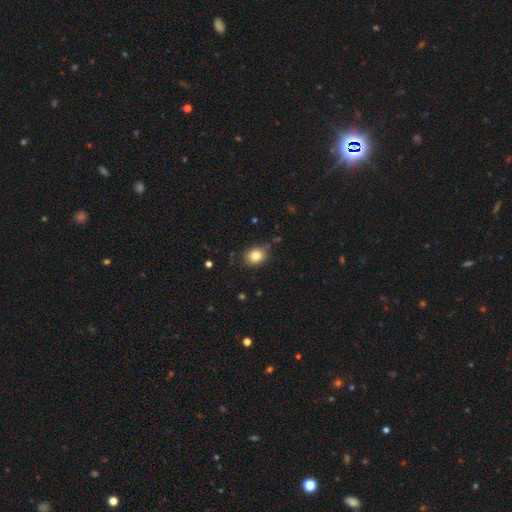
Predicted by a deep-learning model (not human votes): Morphology: type=smooth (82%); roundness=round (55%); merging=none (83%).